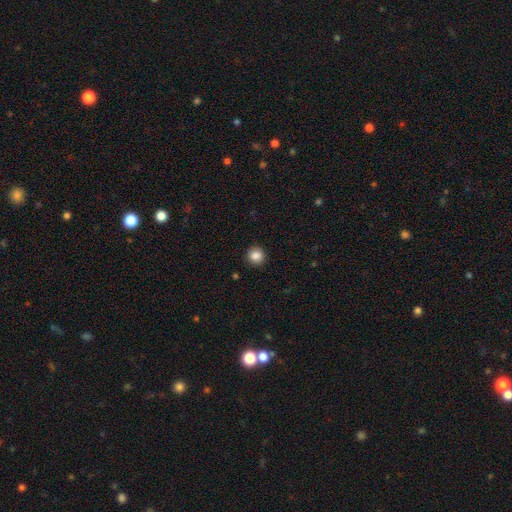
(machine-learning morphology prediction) Smooth or featured?
  - smooth: 86% *
  - star or artifact: 10%
  - featured or disk: 4%
How rounded?
  - round: 92% *
  - in between: 7%
  - cigar-shaped: 1%
Merging?
  - none: 91% *
  - minor disturbance: 6%
  - major disturbance: 2%
  - merger: 1%